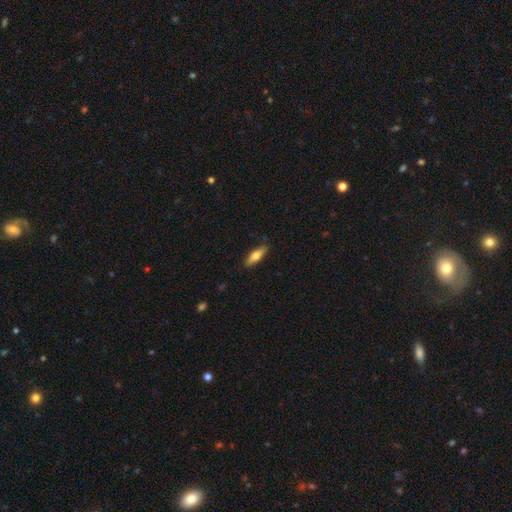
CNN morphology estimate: smooth 67%, featured or disk 27%, star or artifact 6%. Down the decision tree: how rounded — cigar-shaped (51%); merging — none (86%).